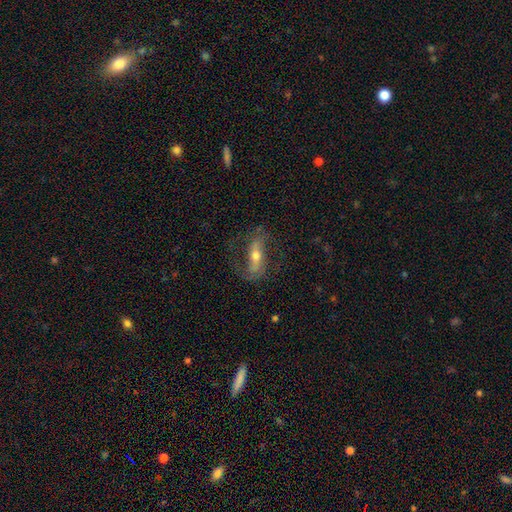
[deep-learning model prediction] Smooth or featured: featured or disk — 74% (smooth — 17%)
Edge-on disk: no — 82% (yes — 18%)
Bar: strong — 49% (weak — 29%)
Spiral arms: yes — 87% (no — 13%)
Spiral winding: loose — 44% (medium — 40%)
Spiral arm count: 2 — 85% (can't tell — 8%)
Bulge size: moderate — 58% (small — 34%)
Merging: none — 69% (minor disturbance — 16%)